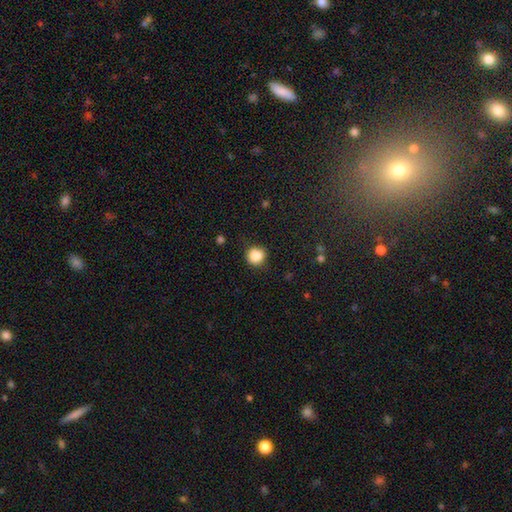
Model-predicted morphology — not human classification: A smooth galaxy with no disk features (86%) that is round (84%). Merging: none (73%).